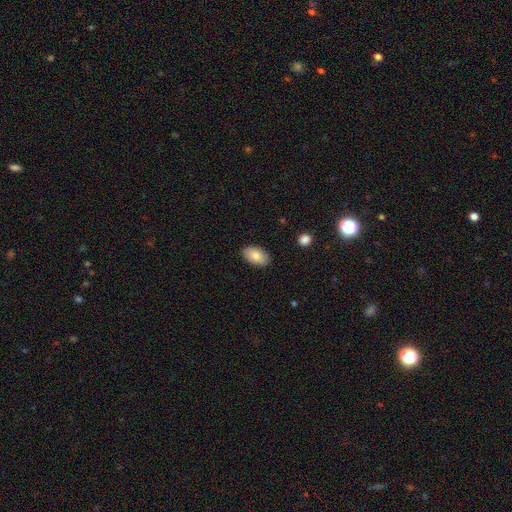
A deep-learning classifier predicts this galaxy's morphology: Smooth or featured? smooth (83%)
How rounded? in between (94%)
Merging? none (88%)